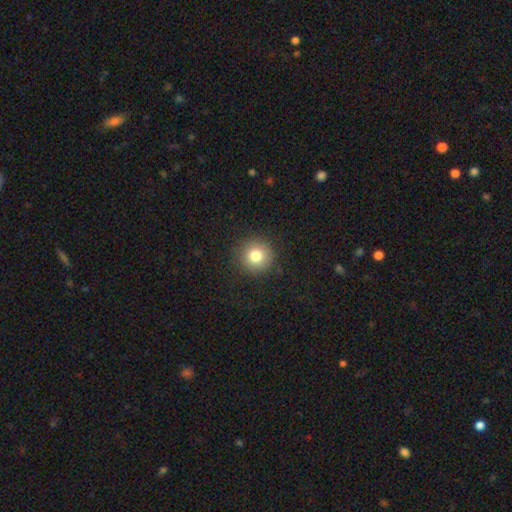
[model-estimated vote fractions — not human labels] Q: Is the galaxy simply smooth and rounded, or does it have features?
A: smooth — 80%.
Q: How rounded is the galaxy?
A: round — 94%.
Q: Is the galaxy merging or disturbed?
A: none — 91%.